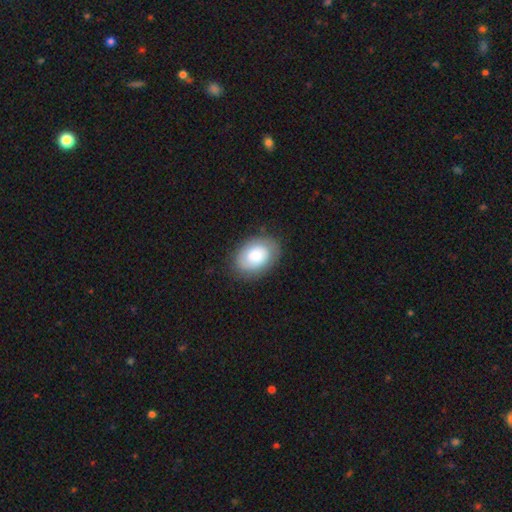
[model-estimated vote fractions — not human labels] Smooth or featured? smooth (71%)
How rounded? in between (79%)
Merging? none (81%)